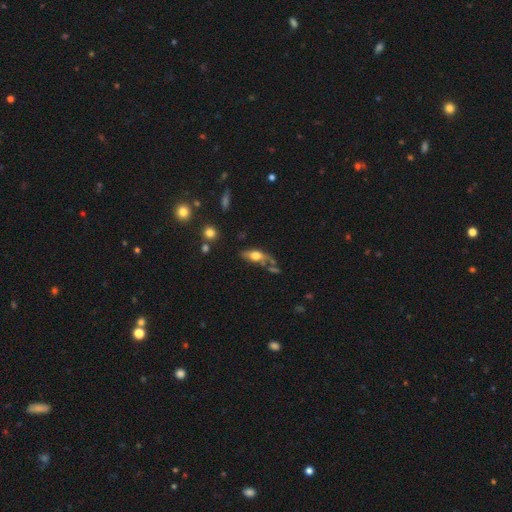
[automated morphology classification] Smooth or featured?
  - smooth: 56% *
  - featured or disk: 36%
  - star or artifact: 8%
How rounded?
  - in between: 72% *
  - cigar-shaped: 23%
  - round: 4%
Merging?
  - none: 44% *
  - minor disturbance: 24%
  - merger: 18%
  - major disturbance: 14%